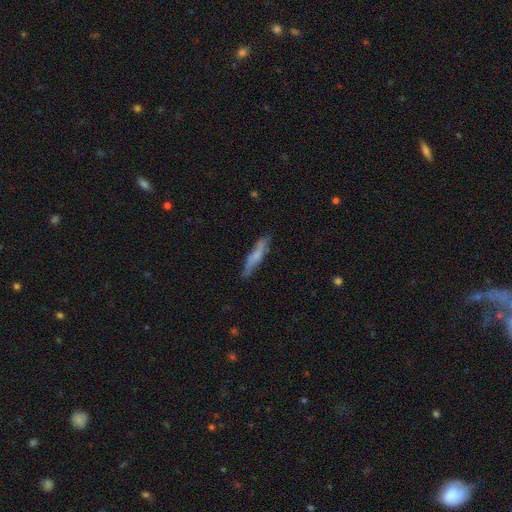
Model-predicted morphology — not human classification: Smooth or featured? Predicted: smooth (p=0.61). How rounded? Predicted: cigar-shaped (p=0.88). Merging? Predicted: none (p=0.76).